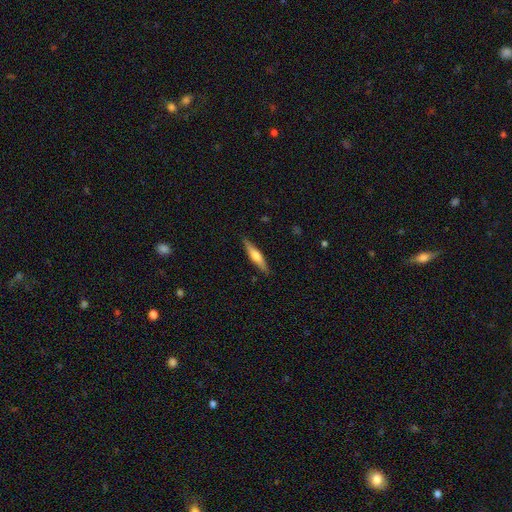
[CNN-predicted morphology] A featured or disk galaxy (51%) viewed edge-on (95%).

Vote fractions:
- Smooth or featured? featured or disk: 51% / smooth: 43% / star or artifact: 6%
- Edge-on disk? yes: 95% / no: 5%
- Merging? none: 89% / minor disturbance: 8% / major disturbance: 2% / merger: 1%